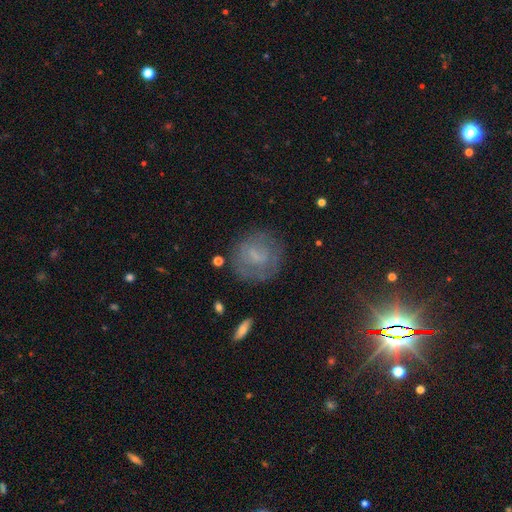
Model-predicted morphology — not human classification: A featured or disk galaxy (44%, tied with smooth). Merging: none (68%).